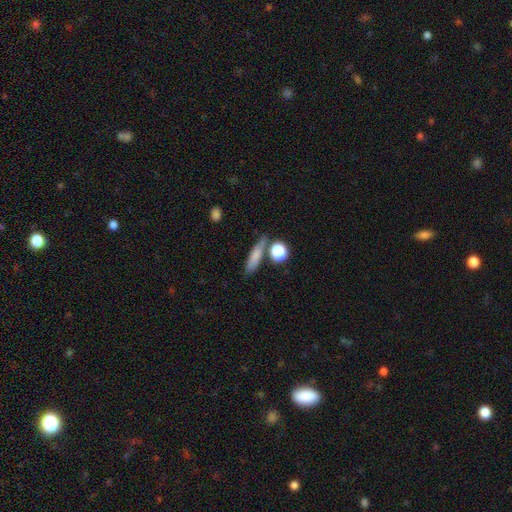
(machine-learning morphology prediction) Smooth or featured? smooth (74%)
How rounded? cigar-shaped (61%)
Merging? none (69%)